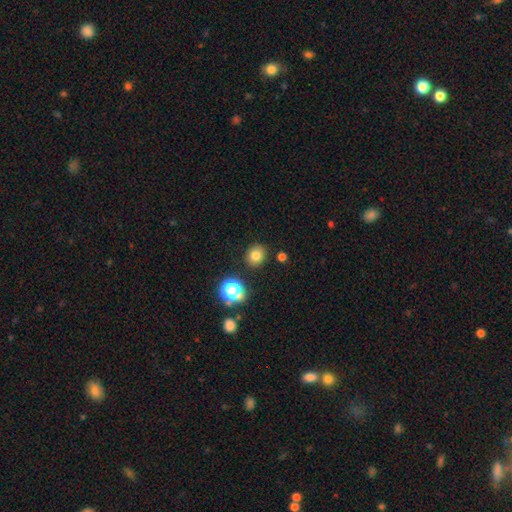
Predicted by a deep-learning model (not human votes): A smooth galaxy with no disk features (77%) that is round (78%).

Vote fractions:
- Smooth or featured? smooth: 77% / star or artifact: 16% / featured or disk: 7%
- How rounded? round: 78% / in between: 21% / cigar-shaped: 1%
- Merging? none: 86% / minor disturbance: 8% / merger: 3% / major disturbance: 3%